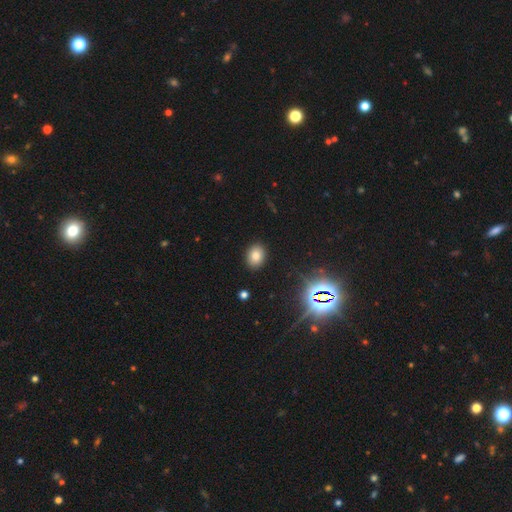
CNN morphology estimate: Q: Smooth or featured?
A: smooth (77%); runner-up: star or artifact (15%)
Q: How rounded?
A: in between (65%); runner-up: round (34%)
Q: Merging?
A: none (89%); runner-up: minor disturbance (7%)